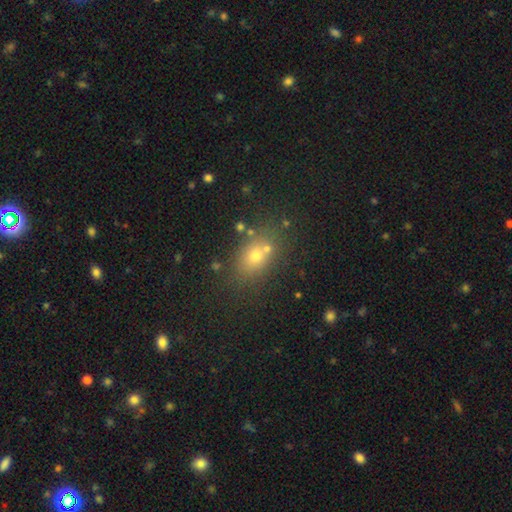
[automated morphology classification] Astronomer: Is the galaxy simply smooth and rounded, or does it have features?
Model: smooth — 67%.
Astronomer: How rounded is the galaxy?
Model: in between — 64%.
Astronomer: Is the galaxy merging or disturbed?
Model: none — 65%.